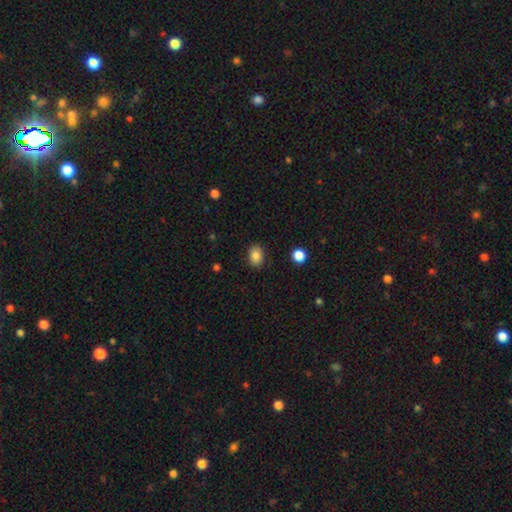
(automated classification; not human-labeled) Q: Smooth or featured?
A: smooth (85%); runner-up: star or artifact (10%)
Q: How rounded?
A: in between (61%); runner-up: round (38%)
Q: Merging?
A: none (87%); runner-up: minor disturbance (9%)